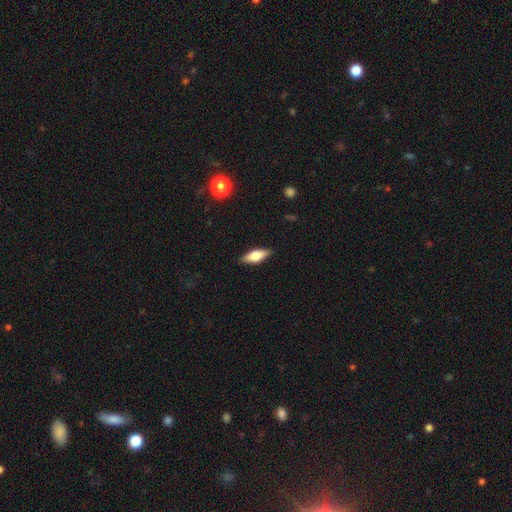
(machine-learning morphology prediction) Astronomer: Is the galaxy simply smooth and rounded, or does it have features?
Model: smooth — 50% (runner-up: featured or disk, 43%).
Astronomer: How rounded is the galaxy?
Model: in between — 61%.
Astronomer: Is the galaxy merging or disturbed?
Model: none — 88%.